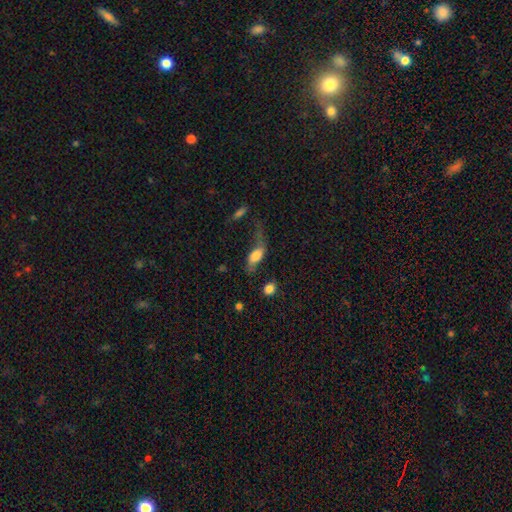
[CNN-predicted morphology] A smooth galaxy with no disk features (61%) that is in between round and cigar-shaped (79%). Merging: none (36%).